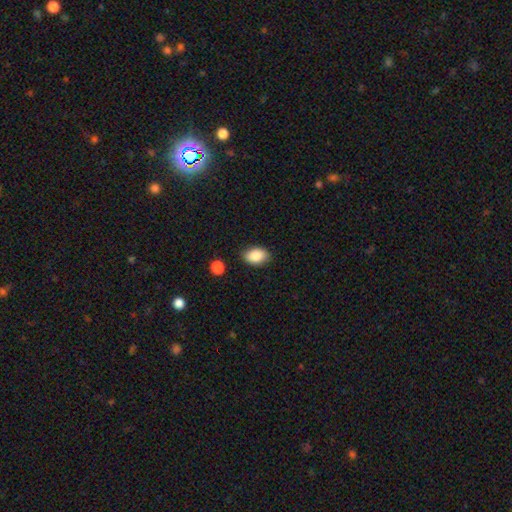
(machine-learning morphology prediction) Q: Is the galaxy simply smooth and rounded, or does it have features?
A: smooth — 86%.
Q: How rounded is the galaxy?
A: in between — 87%.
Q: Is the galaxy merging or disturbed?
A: none — 85%.